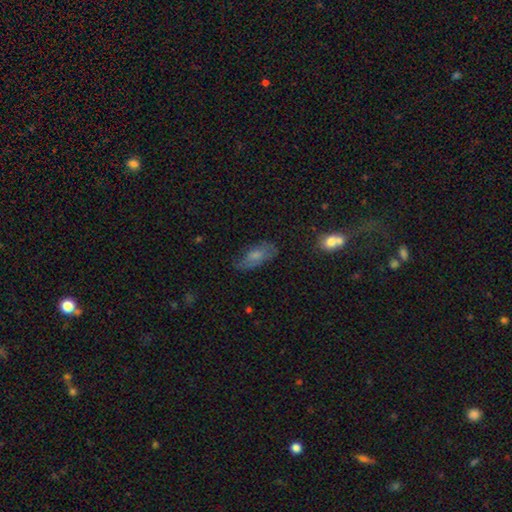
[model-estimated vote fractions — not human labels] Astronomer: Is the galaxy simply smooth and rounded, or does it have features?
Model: smooth — 67%.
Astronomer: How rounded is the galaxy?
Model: in between — 86%.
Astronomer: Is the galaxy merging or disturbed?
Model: none — 58%.